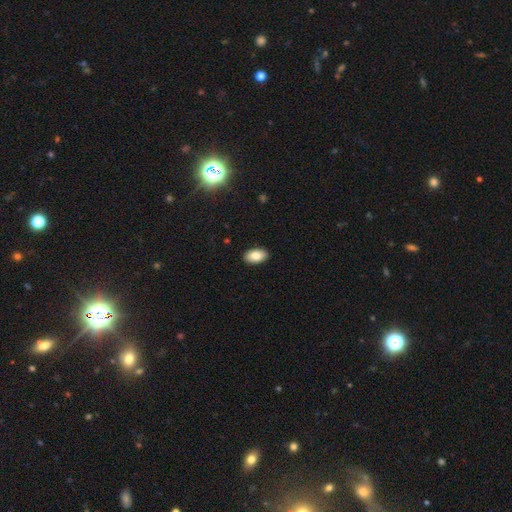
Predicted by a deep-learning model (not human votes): This is clearly a smooth galaxy (83%). How rounded: clearly in between (94%). Merging: clearly none (90%).